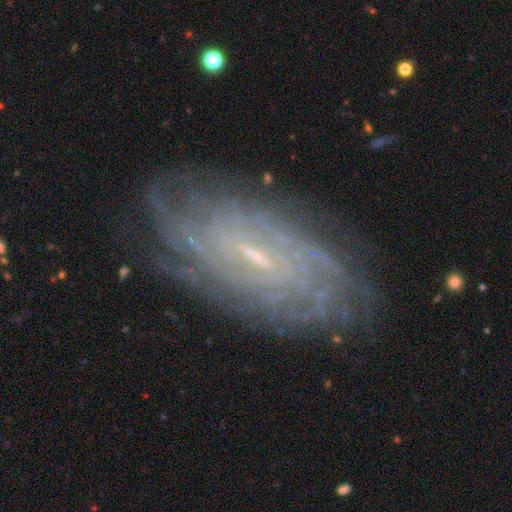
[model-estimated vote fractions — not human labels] Smooth or featured: featured or disk — 81% (smooth — 10%)
Edge-on disk: no — 94% (yes — 6%)
Bar: weak — 48% (no — 35%)
Spiral arms: yes — 96% (no — 4%)
Spiral winding: tight — 77% (medium — 18%)
Spiral arm count: can't tell — 39% (more than 4 — 24%)
Bulge size: small — 82% (moderate — 13%)
Merging: none — 84% (minor disturbance — 11%)